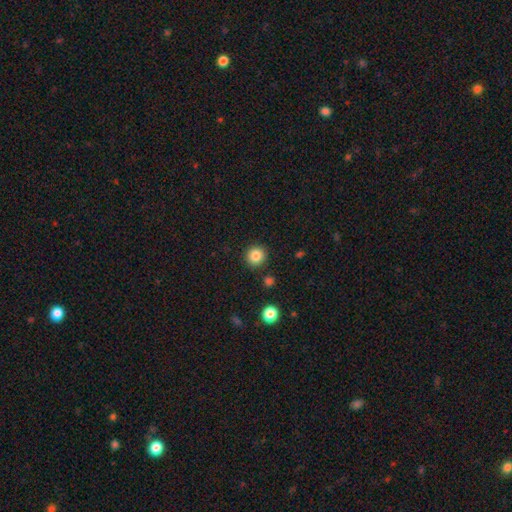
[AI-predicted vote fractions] Smooth or featured: smooth — 85% (star or artifact — 10%)
How rounded: round — 93% (in between — 6%)
Merging: none — 90% (minor disturbance — 6%)